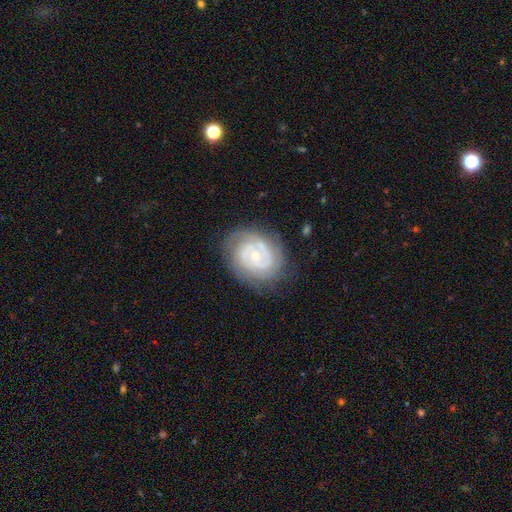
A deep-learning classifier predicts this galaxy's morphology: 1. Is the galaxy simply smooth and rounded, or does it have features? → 85% featured or disk, 10% smooth, 6% star or artifact.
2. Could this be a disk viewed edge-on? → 98% no, 2% yes.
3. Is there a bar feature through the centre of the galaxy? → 64% no, 30% weak, 6% strong.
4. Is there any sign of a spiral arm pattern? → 96% yes, 4% no.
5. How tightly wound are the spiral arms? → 71% tight, 24% medium, 5% loose.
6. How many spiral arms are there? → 47% 2, 21% can't tell, 19% 3, 5% 4, 5% 1, 4% more than 4.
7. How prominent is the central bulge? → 73% small, 22% moderate, 3% none, 1% large, 1% dominant.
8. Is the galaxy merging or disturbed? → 77% none, 16% minor disturbance, 6% major disturbance, 2% merger.